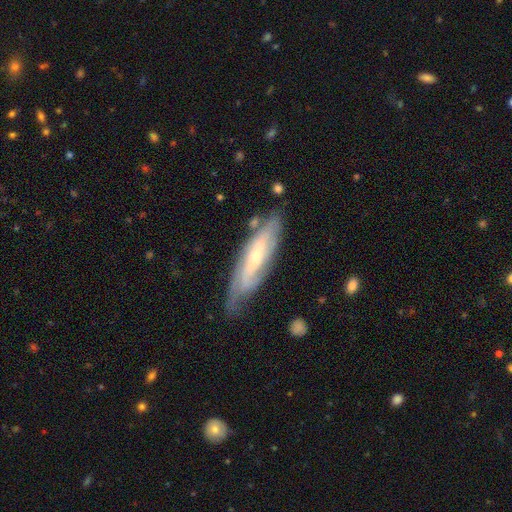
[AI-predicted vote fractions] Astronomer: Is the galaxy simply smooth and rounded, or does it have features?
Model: featured or disk — 71%.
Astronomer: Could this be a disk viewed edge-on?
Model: no — 65%.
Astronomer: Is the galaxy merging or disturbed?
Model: none — 68%.